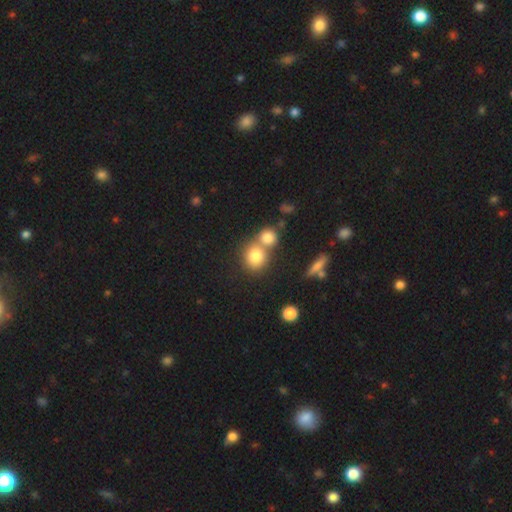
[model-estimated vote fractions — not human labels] This appears to be a smooth galaxy with no disk features (80%) that is round (78%). Merging: merger (51%).